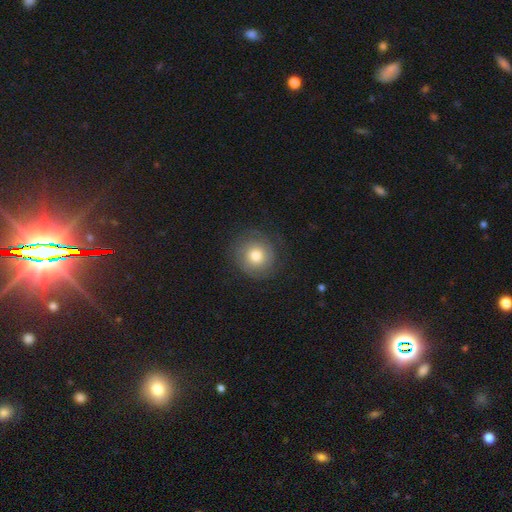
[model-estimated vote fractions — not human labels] Overall: smooth (59%; featured or disk 32%). How rounded: round (91%). Merging: none (78%).